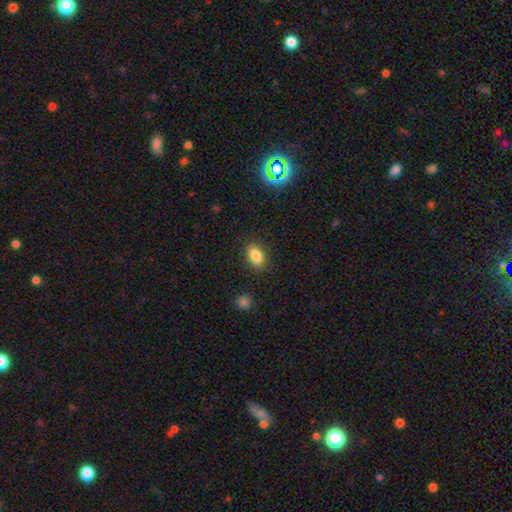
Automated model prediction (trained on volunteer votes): A smooth galaxy with no disk features (85%) that is in between round and cigar-shaped (87%).

Vote fractions:
- Smooth or featured? smooth: 85% / star or artifact: 9% / featured or disk: 6%
- How rounded? in between: 87% / round: 11% / cigar-shaped: 2%
- Merging? none: 87% / minor disturbance: 9% / major disturbance: 3% / merger: 1%